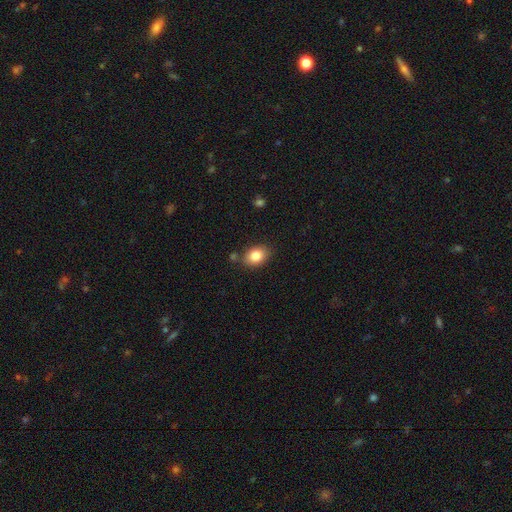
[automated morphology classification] A smooth galaxy with no disk features (84%) that is in between round and cigar-shaped (73%).

Vote fractions:
- Smooth or featured? smooth: 84% / star or artifact: 8% / featured or disk: 8%
- How rounded? in between: 73% / round: 26% / cigar-shaped: 1%
- Merging? none: 80% / minor disturbance: 12% / merger: 4% / major disturbance: 3%